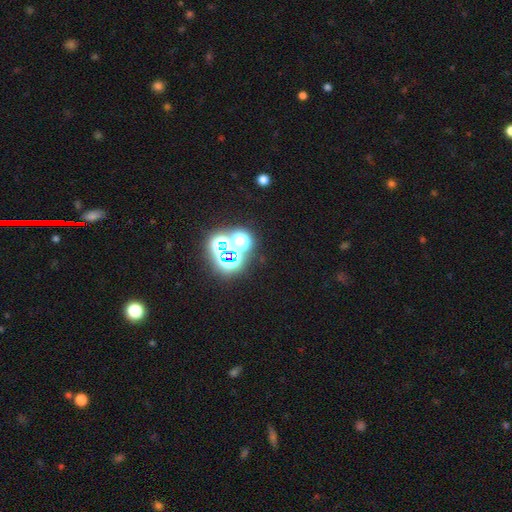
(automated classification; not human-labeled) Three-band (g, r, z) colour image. It shows a star or artifact, not a galaxy (76%).